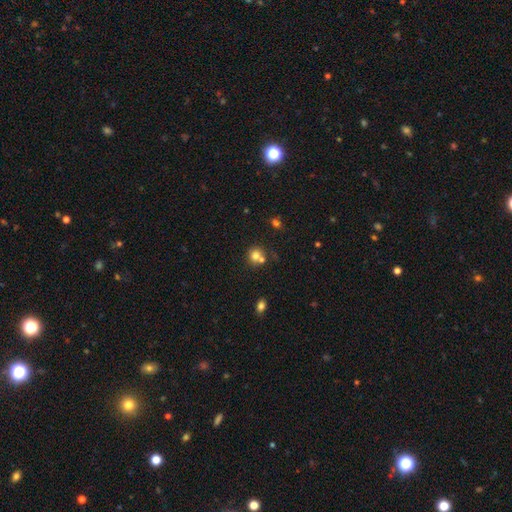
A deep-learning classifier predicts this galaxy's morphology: A smooth galaxy with no disk features (74%) that is round (84%).

Vote fractions:
- Smooth or featured? smooth: 74% / star or artifact: 14% / featured or disk: 12%
- How rounded? round: 84% / in between: 16% / cigar-shaped: 1%
- Merging? none: 52% / merger: 35% / minor disturbance: 9% / major disturbance: 4%